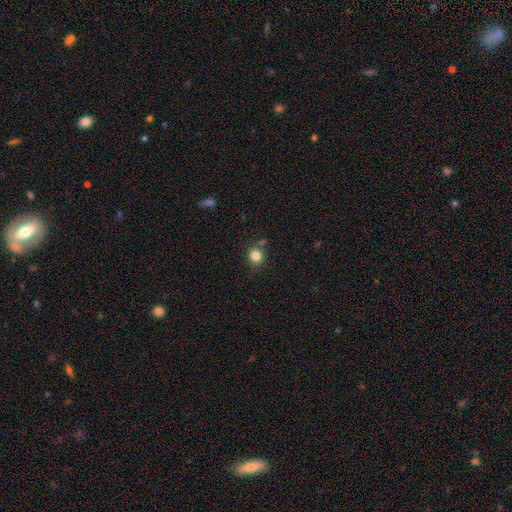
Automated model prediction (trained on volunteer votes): Overall: smooth (83%). How rounded: round (87%). Merging: none (78%).